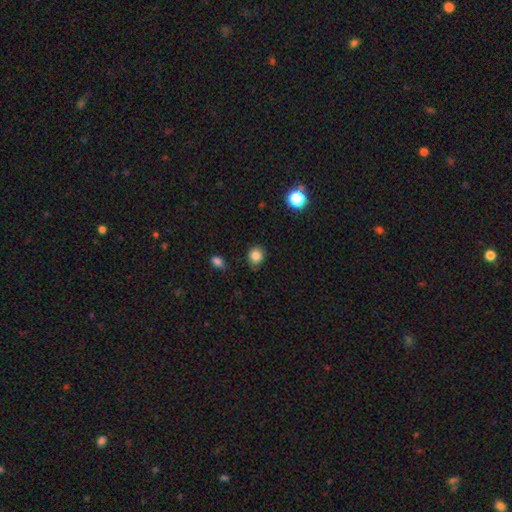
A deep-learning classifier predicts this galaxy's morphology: Smooth or featured? Predicted: smooth (p=0.84). How rounded? Predicted: round (p=0.73). Merging? Predicted: none (p=0.81).